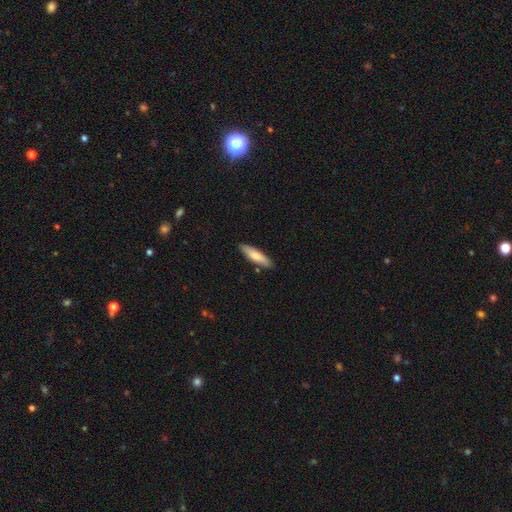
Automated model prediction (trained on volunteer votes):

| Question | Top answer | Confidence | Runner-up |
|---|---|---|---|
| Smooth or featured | smooth | 79% | featured or disk (16%) |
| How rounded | cigar-shaped | 68% | in between (30%) |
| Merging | none | 86% | minor disturbance (10%) |